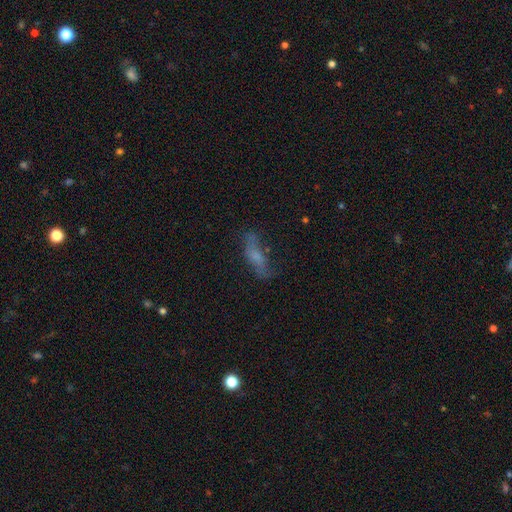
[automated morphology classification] The model was most divided on "how rounded": cigar-shaped: 55%, in between: 42%, round: 3%. More confident: smooth or featured — smooth (53%); merging — none (52%).